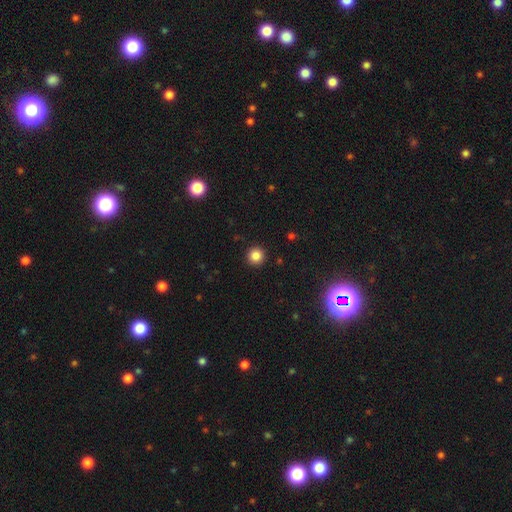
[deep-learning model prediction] smooth 84%, star or artifact 12%, featured or disk 4%. Down the decision tree: how rounded — round (96%); merging — none (93%).